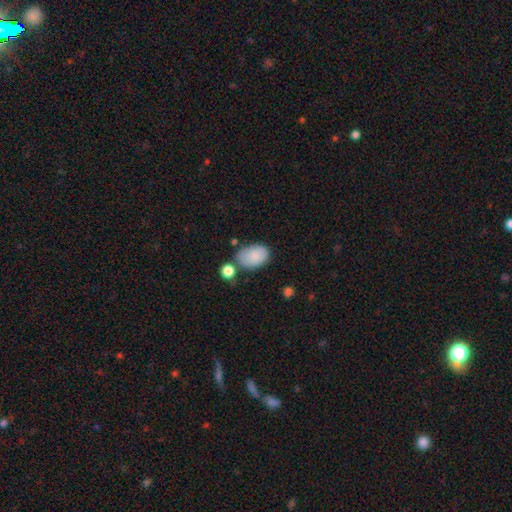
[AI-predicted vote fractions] This appears to be a smooth galaxy with no disk features (86%) that is in between round and cigar-shaped (88%). Merging: none (60%).